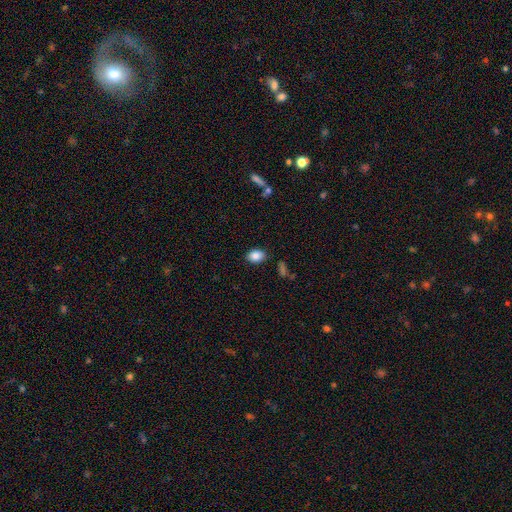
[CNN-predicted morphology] Smooth or featured? smooth (87%)
How rounded? in between (78%)
Merging? none (83%)